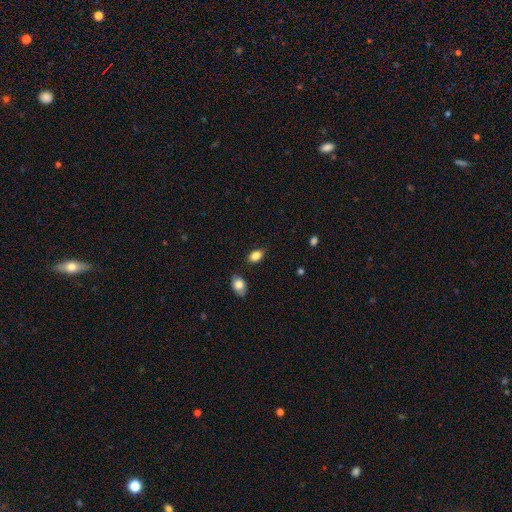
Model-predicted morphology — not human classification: Overall: smooth (85%). How rounded: in between (86%). Merging: none (84%).